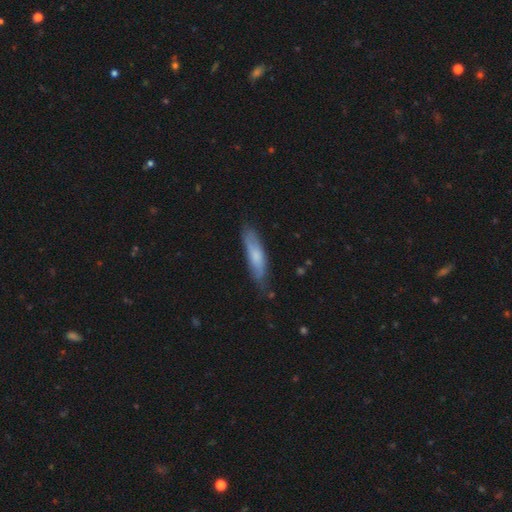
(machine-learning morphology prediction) A smooth galaxy with no disk features (66%) that is cigar-shaped (74%).

Vote fractions:
- Smooth or featured? smooth: 66% / featured or disk: 28% / star or artifact: 6%
- How rounded? cigar-shaped: 74% / in between: 24% / round: 2%
- Merging? none: 72% / minor disturbance: 22% / major disturbance: 4% / merger: 2%